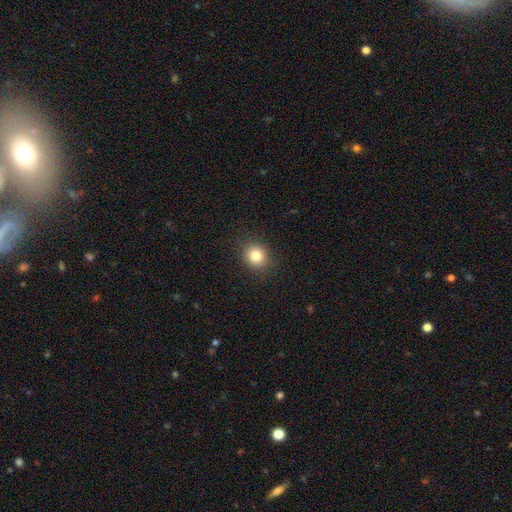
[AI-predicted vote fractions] Smooth or featured? Predicted: smooth (p=0.82). How rounded? Predicted: round (p=0.79). Merging? Predicted: none (p=0.89).